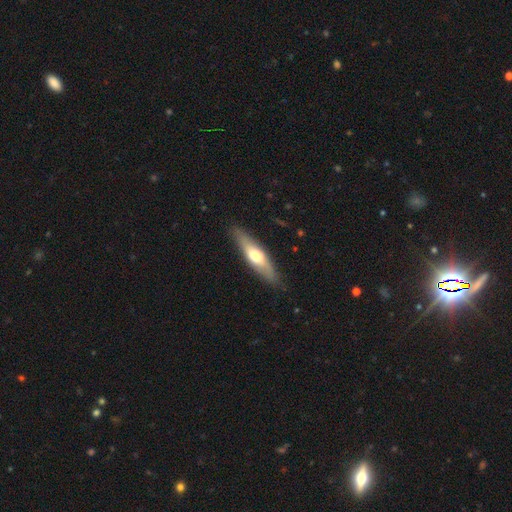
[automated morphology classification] Smooth or featured: smooth — 52% (featured or disk — 43%)
How rounded: cigar-shaped — 66% (in between — 32%)
Merging: none — 85% (minor disturbance — 11%)